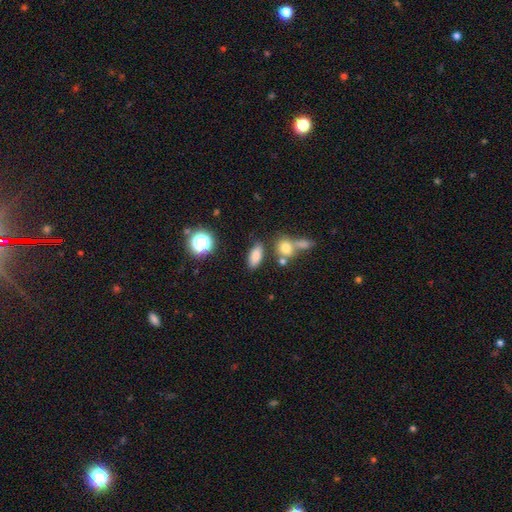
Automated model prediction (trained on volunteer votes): Q: Smooth or featured?
A: smooth (80%); runner-up: star or artifact (13%)
Q: How rounded?
A: in between (83%); runner-up: cigar-shaped (10%)
Q: Merging?
A: none (75%); runner-up: minor disturbance (12%)